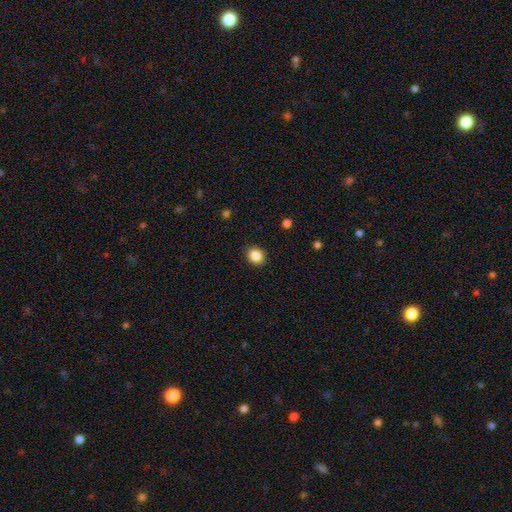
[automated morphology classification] smooth_or_featured: smooth (p=0.86) [alt: star or artifact p=0.10]
how_rounded: round (p=0.63) [alt: in between p=0.36]
merging: none (p=0.90) [alt: minor disturbance p=0.07]